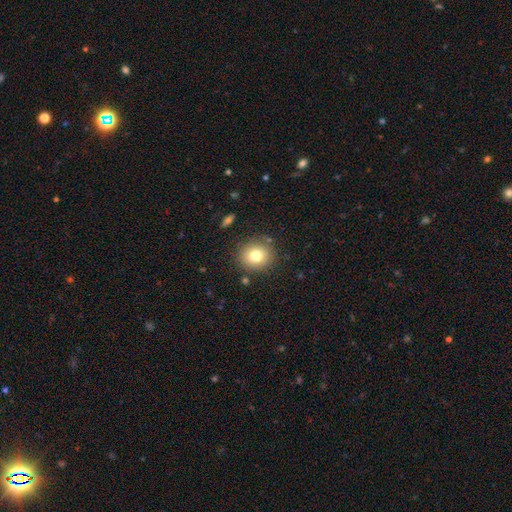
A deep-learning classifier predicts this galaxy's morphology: This is likely a smooth galaxy (77%). How rounded: likely round (79%). Merging: clearly none (86%).